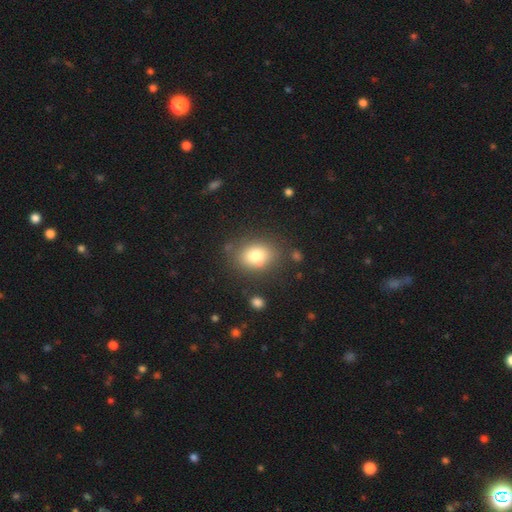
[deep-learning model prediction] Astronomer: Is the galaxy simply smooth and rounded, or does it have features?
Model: smooth — 80%.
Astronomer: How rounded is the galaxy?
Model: in between — 60% (runner-up: round, 38%).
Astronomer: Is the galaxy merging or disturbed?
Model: none — 77%.